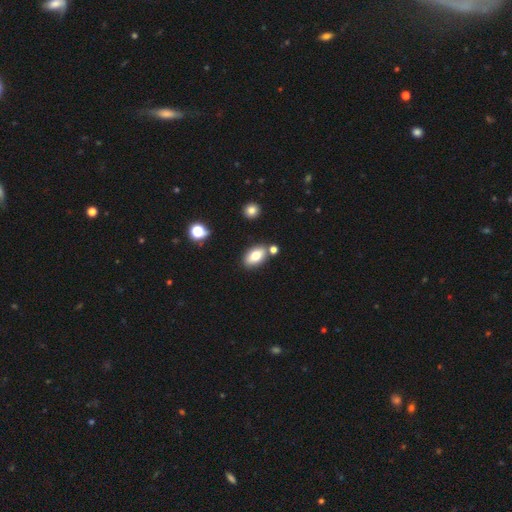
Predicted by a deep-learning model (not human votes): A smooth galaxy with no disk features (77%) that is in between round and cigar-shaped (89%). Merging: none (74%).